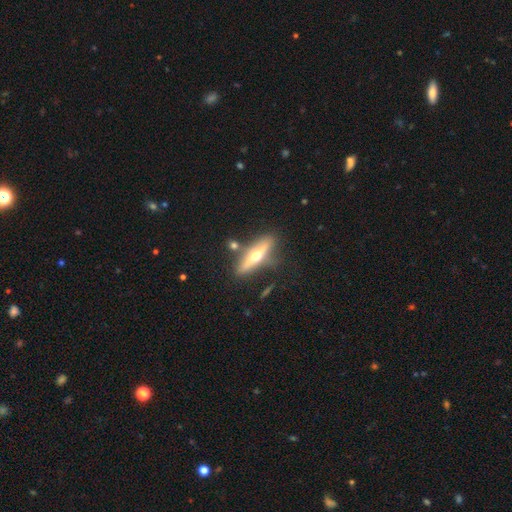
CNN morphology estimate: Q: Smooth or featured?
A: featured or disk (62%); runner-up: smooth (32%)
Q: Edge-on disk?
A: yes (90%); runner-up: no (10%)
Q: Edge-on bulge?
A: rounded (95%); runner-up: none (3%)
Q: Merging?
A: none (76%); runner-up: minor disturbance (13%)